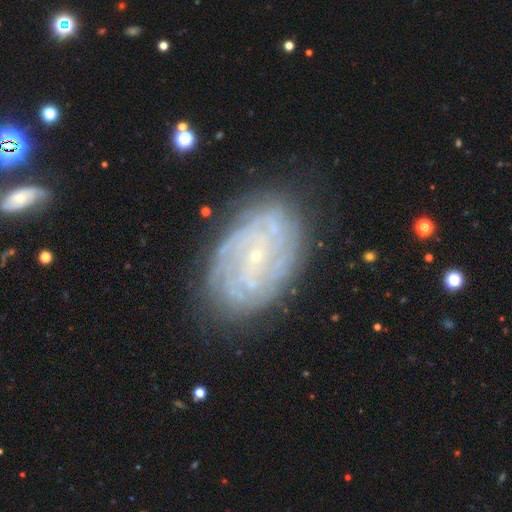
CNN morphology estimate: smooth-or-featured: featured or disk: 83% | smooth: 10% | star or artifact: 7%
  disk-edge-on: no: 96% | yes: 4%
    bar: no: 69% | weak: 24% | strong: 7%
    has-spiral-arms: yes: 93% | no: 7%
      spiral-winding: tight: 76% | medium: 20% | loose: 5%
      spiral-arm-count: can't tell: 38% | 4: 18% | more than 4: 13% | 2: 13% | 3: 12% | 1: 7%
    bulge-size: small: 87% | moderate: 9% | none: 2% | large: 1% | dominant: 1%
  merging: none: 80% | minor disturbance: 14% | major disturbance: 5% | merger: 1%